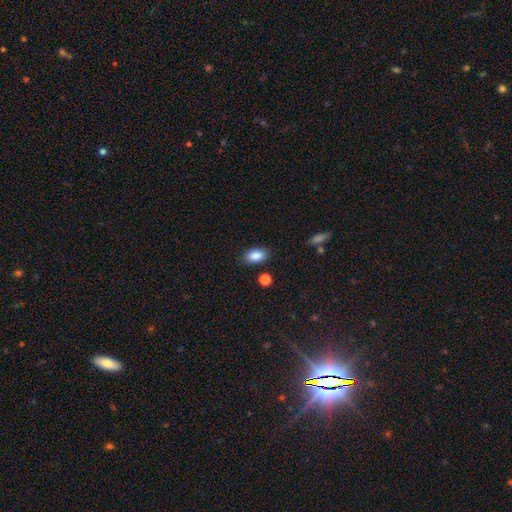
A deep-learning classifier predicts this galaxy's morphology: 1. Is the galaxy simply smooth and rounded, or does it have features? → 88% smooth, 8% star or artifact, 5% featured or disk.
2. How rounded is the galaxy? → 90% in between, 7% round, 3% cigar-shaped.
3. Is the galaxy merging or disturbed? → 83% none, 12% minor disturbance, 3% major disturbance, 3% merger.